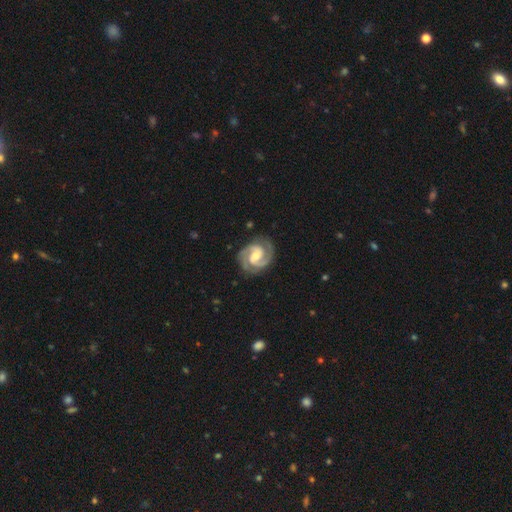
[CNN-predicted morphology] Smooth or featured? featured or disk (91%)
Edge-on disk? no (98%)
Bar? weak (49%)
Spiral arms? yes (98%)
Spiral winding? tight (50%)
Spiral arm count? 2 (91%)
Bulge size? moderate (57%)
Merging? none (83%)